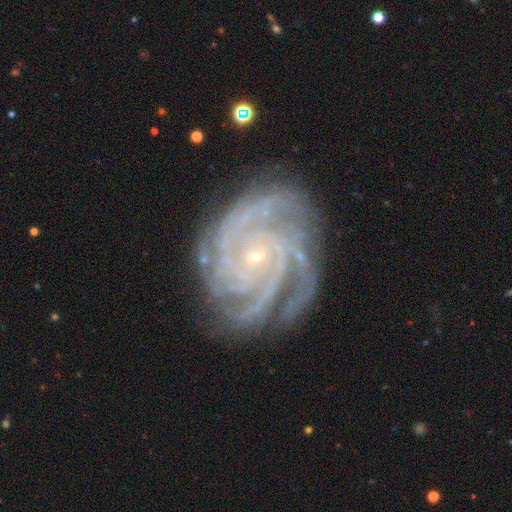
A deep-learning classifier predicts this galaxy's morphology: smooth_or_featured: featured or disk (p=0.92) [alt: star or artifact p=0.05]
disk_edge_on: no (p=0.98) [alt: yes p=0.02]
bar: no (p=0.70) [alt: weak p=0.21]
has_spiral_arms: yes (p=0.99) [alt: no p=0.01]
spiral_winding: tight (p=0.74) [alt: medium p=0.23]
spiral_arm_count: 4 (p=0.36) [alt: 3 p=0.23]
bulge_size: small (p=0.88) [alt: moderate p=0.08]
merging: none (p=0.77) [alt: minor disturbance p=0.16]